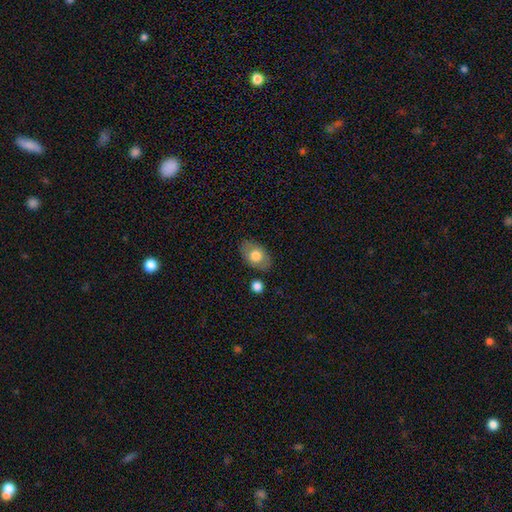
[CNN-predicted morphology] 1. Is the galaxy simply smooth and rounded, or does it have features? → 72% smooth, 21% featured or disk, 7% star or artifact.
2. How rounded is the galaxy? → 86% in between, 13% round, 1% cigar-shaped.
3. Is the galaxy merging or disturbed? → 80% none, 12% minor disturbance, 4% merger, 3% major disturbance.